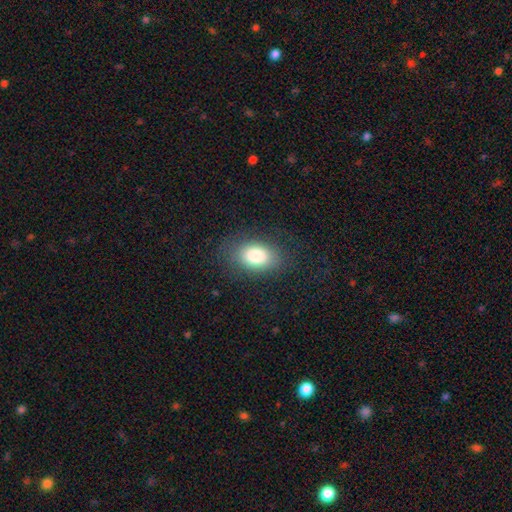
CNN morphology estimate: Smooth or featured? smooth (84%)
How rounded? in between (89%)
Merging? none (81%)